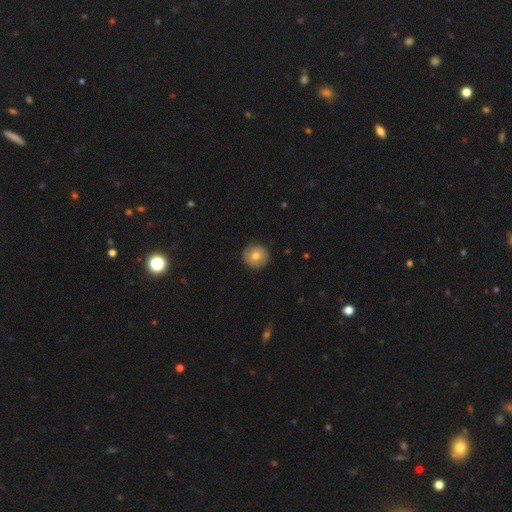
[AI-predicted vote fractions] smooth-or-featured: smooth: 70% | featured or disk: 22% | star or artifact: 8%
  how-rounded: round: 93% | in between: 6% | cigar-shaped: 1%
  merging: none: 86% | minor disturbance: 10% | major disturbance: 2% | merger: 1%